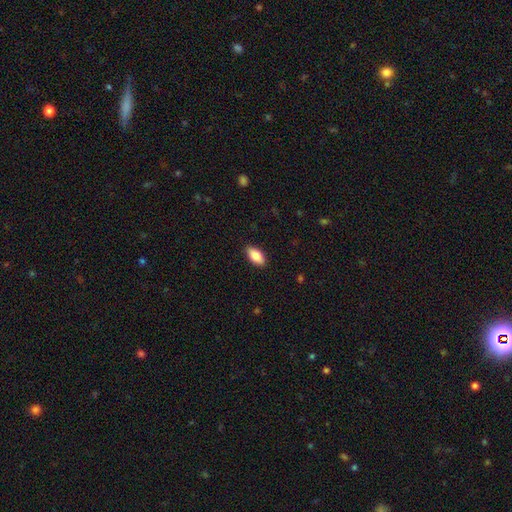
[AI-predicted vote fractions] A smooth galaxy with no disk features (86%) that is in between round and cigar-shaped (91%).

Vote fractions:
- Smooth or featured? smooth: 86% / featured or disk: 7% / star or artifact: 7%
- How rounded? in between: 91% / cigar-shaped: 6% / round: 3%
- Merging? none: 89% / minor disturbance: 9% / major disturbance: 2% / merger: 1%